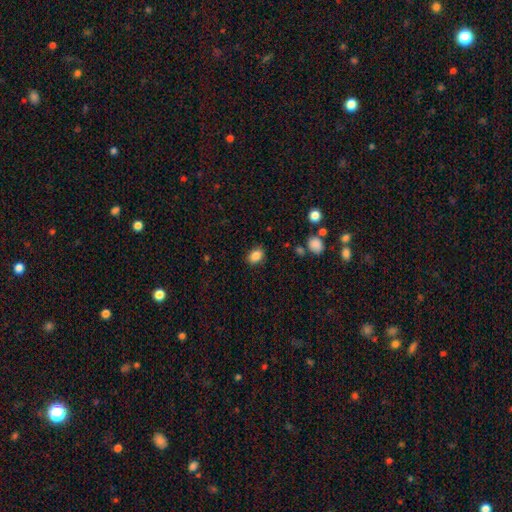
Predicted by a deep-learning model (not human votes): Smooth or featured: smooth — 86% (star or artifact — 10%)
How rounded: in between — 66% (round — 32%)
Merging: none — 85% (minor disturbance — 10%)